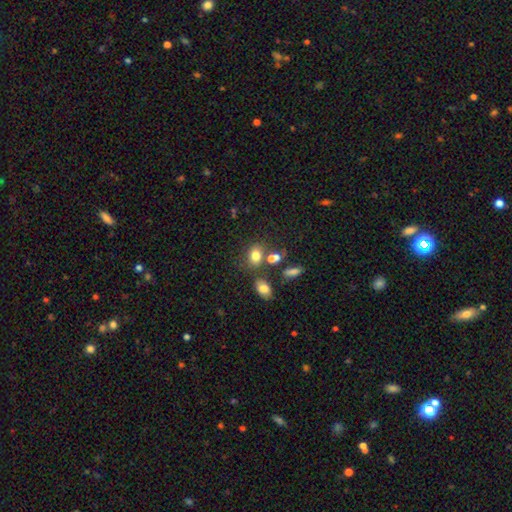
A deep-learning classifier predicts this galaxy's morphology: Smooth or featured? Predicted: smooth (p=0.77). How rounded? Predicted: in between (p=0.64). Merging? Predicted: none (p=0.59).